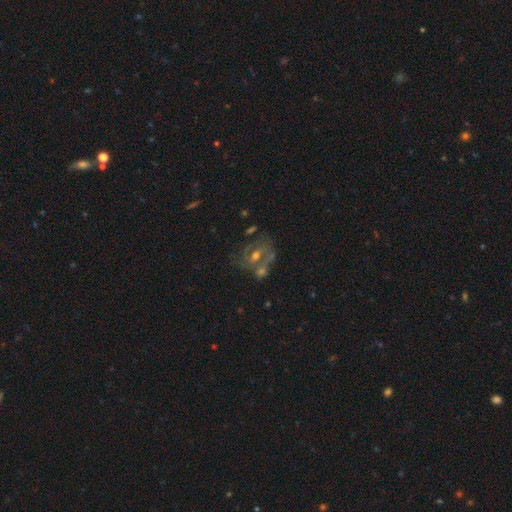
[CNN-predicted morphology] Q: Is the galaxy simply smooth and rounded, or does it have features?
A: featured or disk — 61%.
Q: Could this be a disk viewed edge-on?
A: no — 94%.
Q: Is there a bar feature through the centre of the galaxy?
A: no — 53%.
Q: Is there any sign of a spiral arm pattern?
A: yes — 52%.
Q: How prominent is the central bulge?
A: moderate — 63%.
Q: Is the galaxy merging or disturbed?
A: none — 45%.